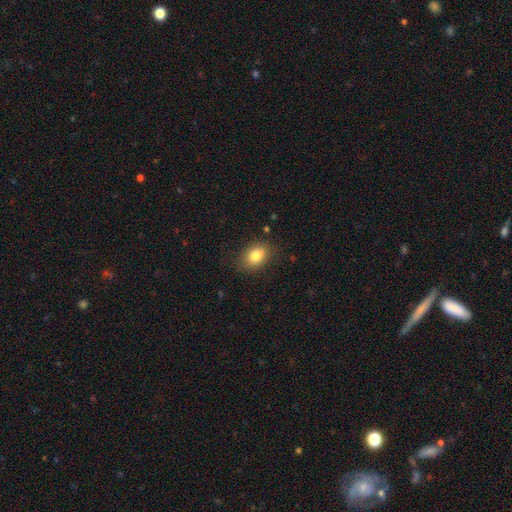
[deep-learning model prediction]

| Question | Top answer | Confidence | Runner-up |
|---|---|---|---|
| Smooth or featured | smooth | 81% | featured or disk (10%) |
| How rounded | in between | 69% | round (29%) |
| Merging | none | 82% | minor disturbance (14%) |